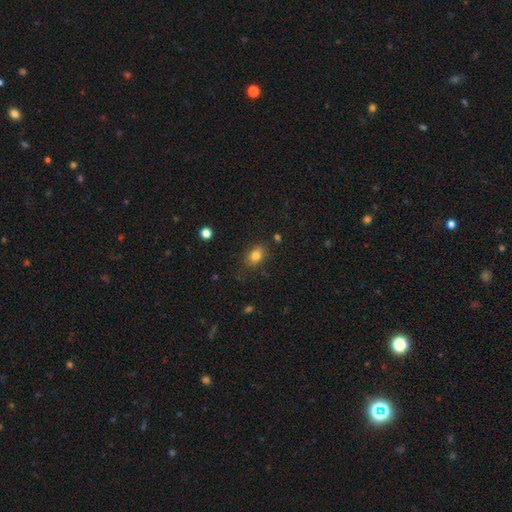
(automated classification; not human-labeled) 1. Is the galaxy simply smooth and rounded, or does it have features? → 81% smooth, 11% star or artifact, 8% featured or disk.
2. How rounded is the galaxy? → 73% in between, 26% round, 2% cigar-shaped.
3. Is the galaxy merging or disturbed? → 78% none, 15% minor disturbance, 4% major disturbance, 2% merger.